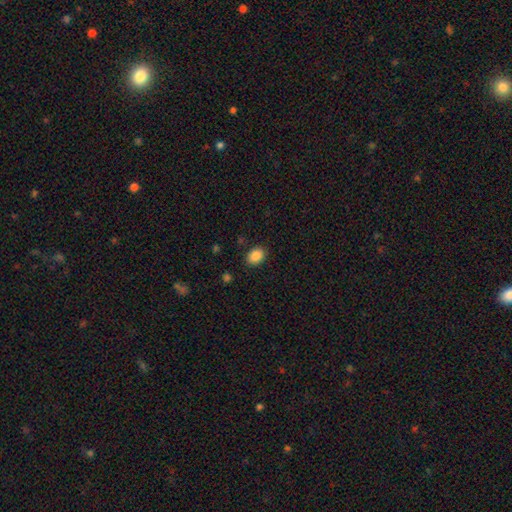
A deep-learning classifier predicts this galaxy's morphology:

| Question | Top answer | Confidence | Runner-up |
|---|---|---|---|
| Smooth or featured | smooth | 88% | star or artifact (9%) |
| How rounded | in between | 67% | round (33%) |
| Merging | none | 87% | minor disturbance (9%) |